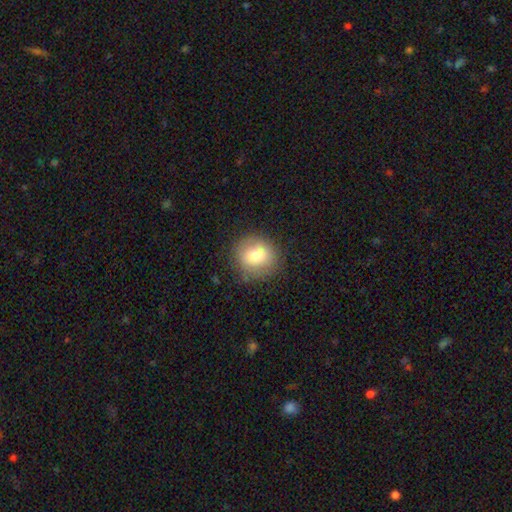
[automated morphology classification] Smooth or featured: smooth — 74% (featured or disk — 17%)
How rounded: round — 88% (in between — 11%)
Merging: none — 82% (minor disturbance — 12%)